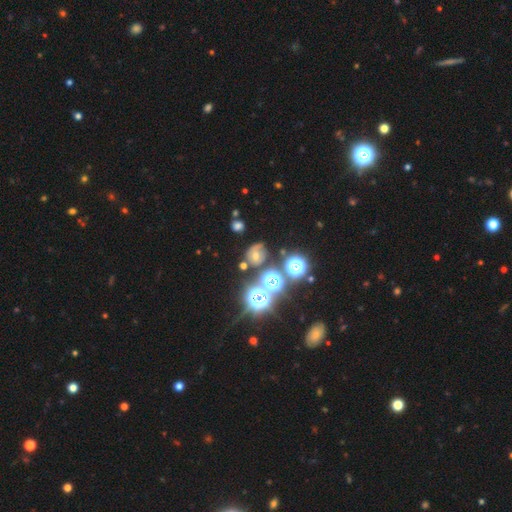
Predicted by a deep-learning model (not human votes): Overall: smooth (40%; star or artifact 34%). Merging: none (66%).